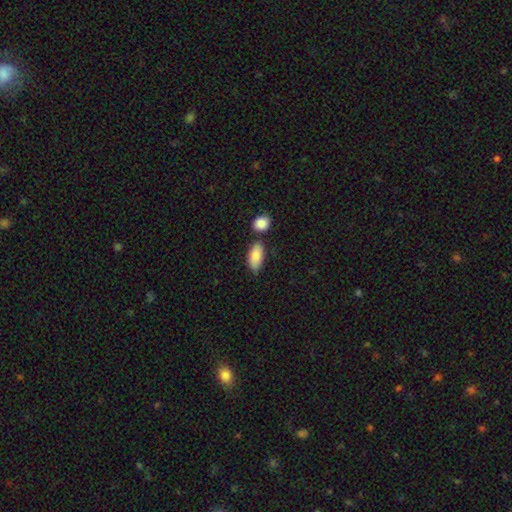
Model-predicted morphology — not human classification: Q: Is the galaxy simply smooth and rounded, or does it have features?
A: smooth — 86%.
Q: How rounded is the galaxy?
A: in between — 90%.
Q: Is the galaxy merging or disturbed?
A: none — 65%.